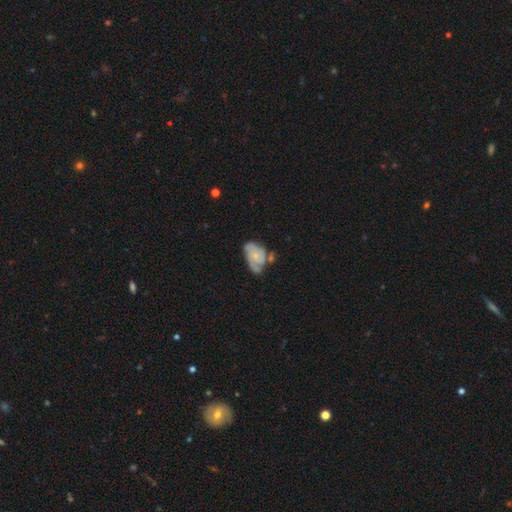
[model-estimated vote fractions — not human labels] Smooth or featured: featured or disk — 69% (smooth — 24%)
Edge-on disk: no — 97% (yes — 3%)
Bar: no — 75% (weak — 22%)
Spiral arms: yes — 91% (no — 9%)
Spiral winding: tight — 49% (medium — 38%)
Spiral arm count: 2 — 36% (3 — 30%)
Bulge size: small — 66% (moderate — 21%)
Merging: none — 44% (minor disturbance — 28%)